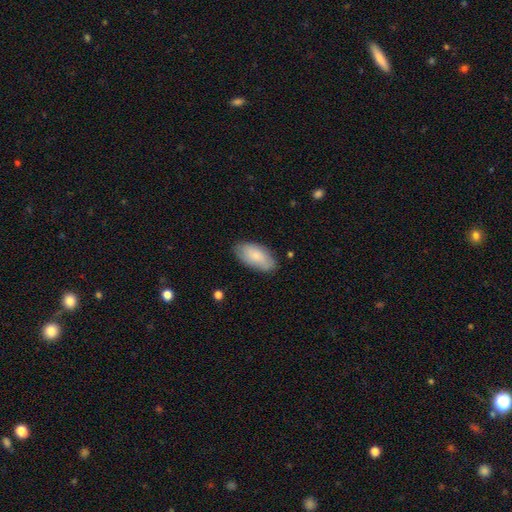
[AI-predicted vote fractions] Smooth or featured? Predicted: smooth (p=0.77). How rounded? Predicted: in between (p=0.94). Merging? Predicted: none (p=0.80).